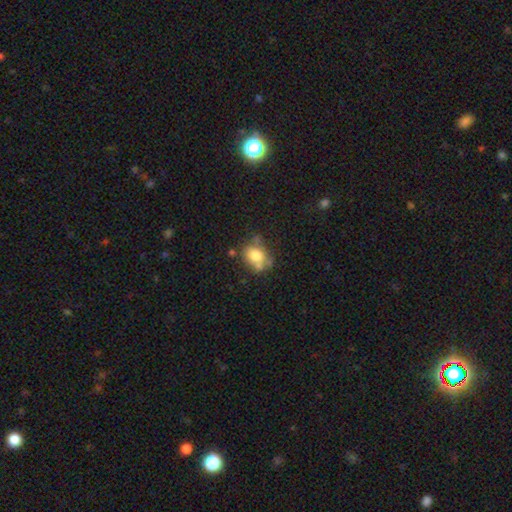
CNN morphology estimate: Smooth or featured? Predicted: smooth (p=0.71). How rounded? Predicted: in between (p=0.50). Merging? Predicted: none (p=0.46).